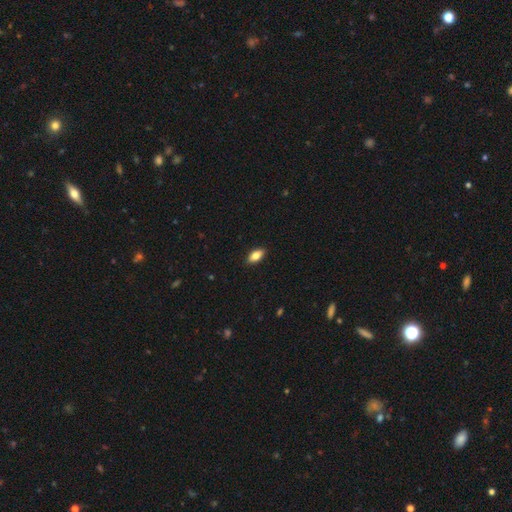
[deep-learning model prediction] Morphology: type=smooth (81%); roundness=in between (89%); merging=none (89%).